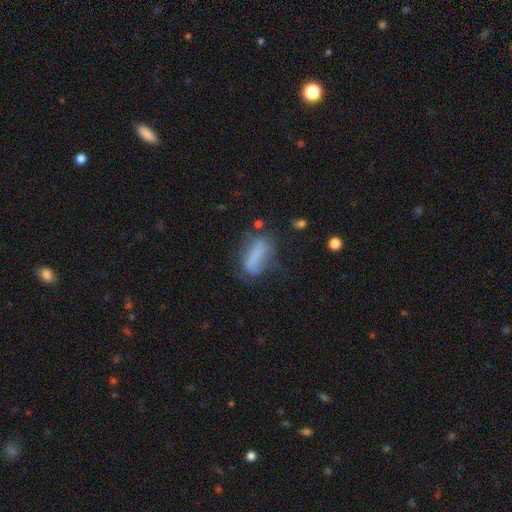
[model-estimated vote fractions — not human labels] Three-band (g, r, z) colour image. It shows a smooth galaxy with no disk features (65%) that is in between round and cigar-shaped (60%). Merging: none (45%).